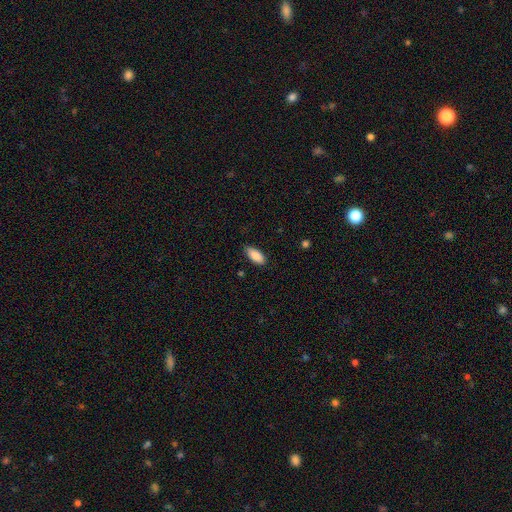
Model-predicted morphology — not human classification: Q: Smooth or featured?
A: smooth (88%); runner-up: star or artifact (6%)
Q: How rounded?
A: in between (87%); runner-up: cigar-shaped (11%)
Q: Merging?
A: none (80%); runner-up: minor disturbance (17%)